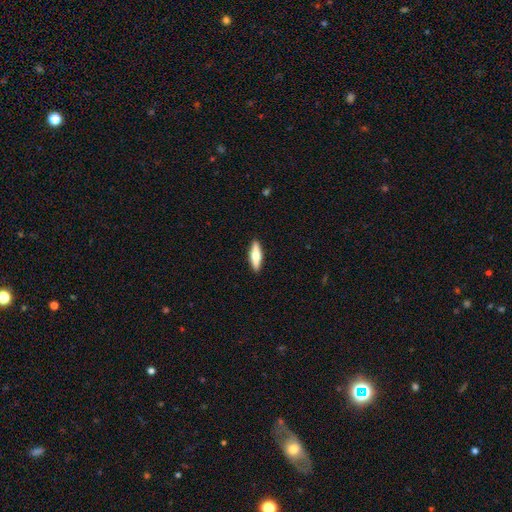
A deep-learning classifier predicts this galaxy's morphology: The model was most divided on "smooth or featured": smooth: 59%, featured or disk: 35%, star or artifact: 5%. More confident: merging — none (91%); how rounded — cigar-shaped (63%).